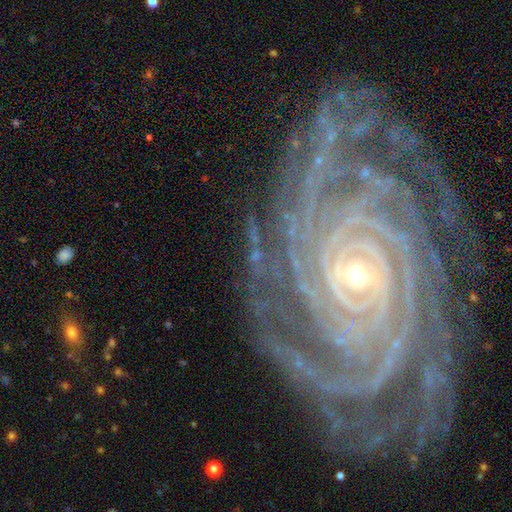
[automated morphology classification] smooth-or-featured: featured or disk: 81% | star or artifact: 12% | smooth: 7%
  disk-edge-on: no: 95% | yes: 5%
    bar: no: 44% | strong: 30% | weak: 25%
    has-spiral-arms: yes: 97% | no: 3%
      spiral-winding: tight: 82% | medium: 15% | loose: 3%
      spiral-arm-count: can't tell: 23% | 3: 19% | 4: 17% | more than 4: 16% | 2: 15% | 1: 10%
    bulge-size: small: 59% | moderate: 34% | large: 3% | none: 2% | dominant: 1%
  merging: none: 75% | minor disturbance: 14% | major disturbance: 8% | merger: 3%